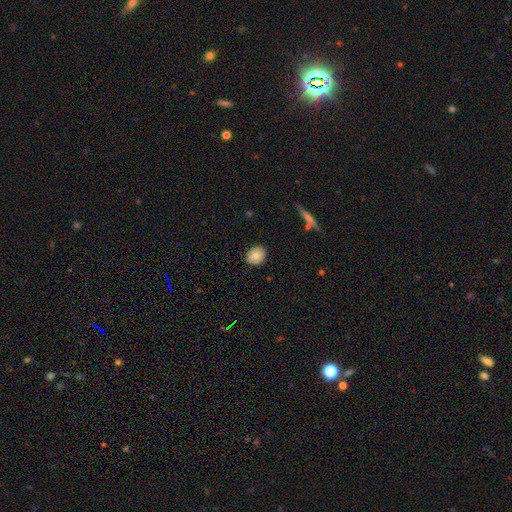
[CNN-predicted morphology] Smooth or featured?
  - smooth: 79% *
  - featured or disk: 13%
  - star or artifact: 8%
How rounded?
  - round: 72% *
  - in between: 27%
  - cigar-shaped: 1%
Merging?
  - none: 87% *
  - minor disturbance: 10%
  - major disturbance: 2%
  - merger: 1%